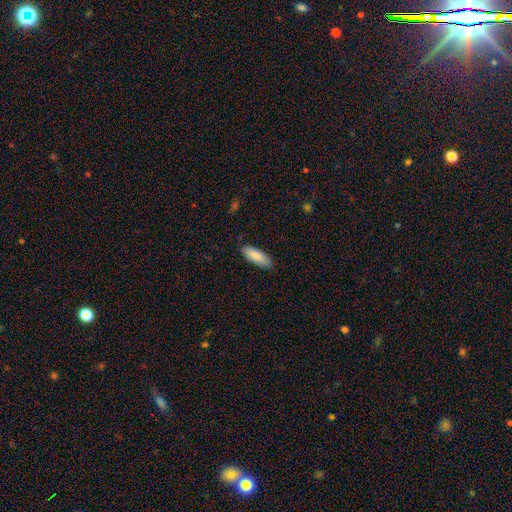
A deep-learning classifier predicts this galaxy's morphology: Smooth or featured? smooth (87%)
How rounded? in between (67%)
Merging? none (87%)